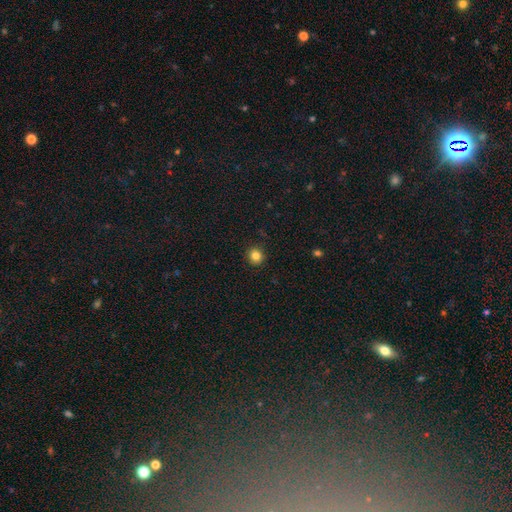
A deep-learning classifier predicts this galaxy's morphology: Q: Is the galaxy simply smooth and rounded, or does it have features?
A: smooth — 83%.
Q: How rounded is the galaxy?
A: round — 91%.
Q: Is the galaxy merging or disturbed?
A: none — 92%.